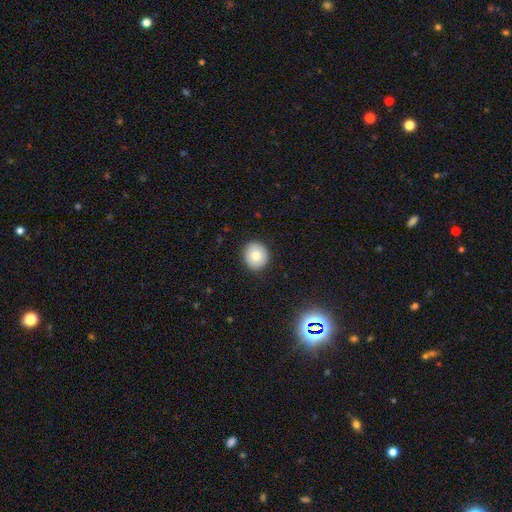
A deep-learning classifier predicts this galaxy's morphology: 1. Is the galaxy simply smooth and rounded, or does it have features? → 78% smooth, 13% featured or disk, 9% star or artifact.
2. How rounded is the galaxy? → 83% round, 16% in between, 1% cigar-shaped.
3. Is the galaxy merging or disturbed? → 90% none, 7% minor disturbance, 2% major disturbance, 1% merger.